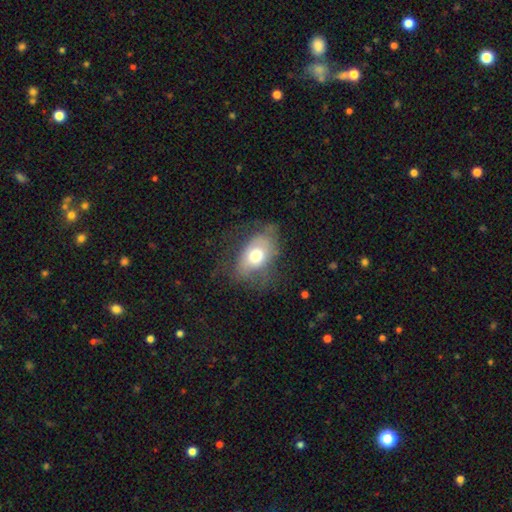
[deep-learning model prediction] The model was most divided on "merging": none: 53%, minor disturbance: 27%, major disturbance: 19%, merger: 2%. More confident: how rounded — in between (84%); smooth or featured — smooth (60%).